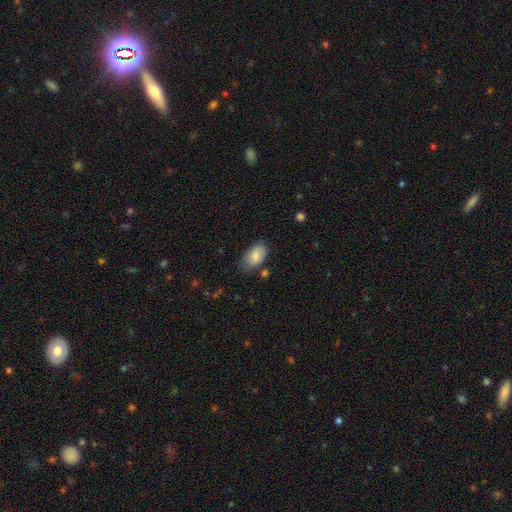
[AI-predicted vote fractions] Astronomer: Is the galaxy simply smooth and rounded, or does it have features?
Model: smooth — 84%.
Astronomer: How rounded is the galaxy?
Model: in between — 93%.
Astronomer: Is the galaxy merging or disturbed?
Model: none — 69%.